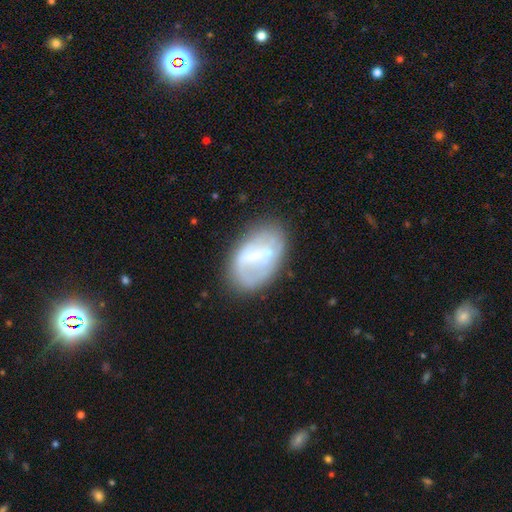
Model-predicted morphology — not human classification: type=featured or disk (50%); edge-on=no (95%); merging=none (59%).